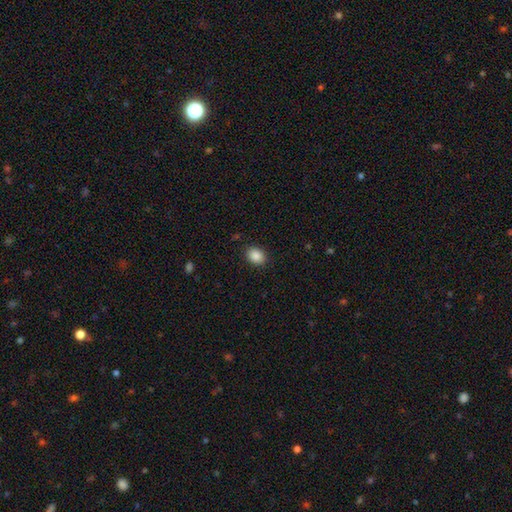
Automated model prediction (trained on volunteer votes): A smooth galaxy with no disk features (88%) that is in between round and cigar-shaped (58%).

Vote fractions:
- Smooth or featured? smooth: 88% / star or artifact: 9% / featured or disk: 4%
- How rounded? in between: 58% / round: 41% / cigar-shaped: 1%
- Merging? none: 88% / minor disturbance: 8% / major disturbance: 2% / merger: 1%